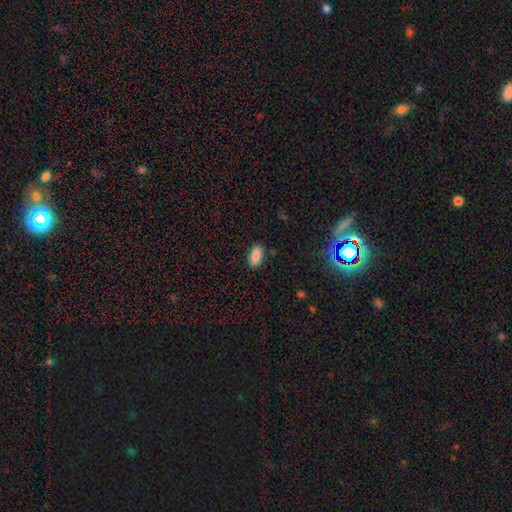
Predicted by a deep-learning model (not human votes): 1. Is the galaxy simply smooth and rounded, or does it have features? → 86% smooth, 8% star or artifact, 6% featured or disk.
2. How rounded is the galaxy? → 91% in between, 6% cigar-shaped, 3% round.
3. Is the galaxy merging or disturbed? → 85% none, 11% minor disturbance, 2% major disturbance, 2% merger.